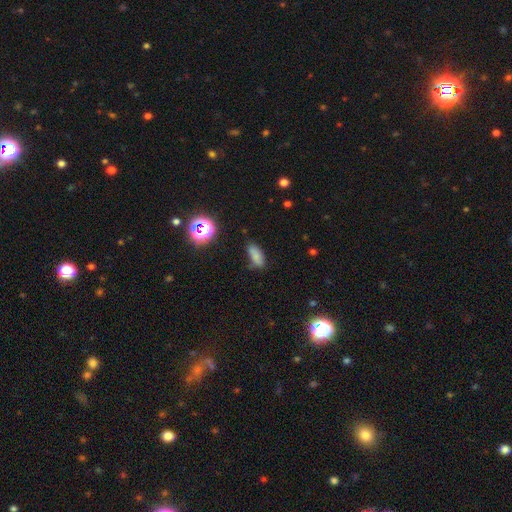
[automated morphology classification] Smooth or featured?
  - smooth: 74% *
  - star or artifact: 17%
  - featured or disk: 9%
How rounded?
  - in between: 83% *
  - cigar-shaped: 12%
  - round: 5%
Merging?
  - none: 62% *
  - minor disturbance: 27%
  - major disturbance: 7%
  - merger: 4%